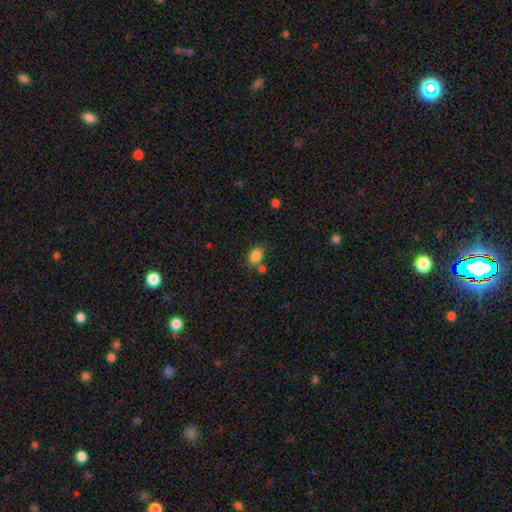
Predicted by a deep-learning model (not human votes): Smooth or featured? Predicted: smooth (p=0.85). How rounded? Predicted: in between (p=0.79). Merging? Predicted: none (p=0.66).